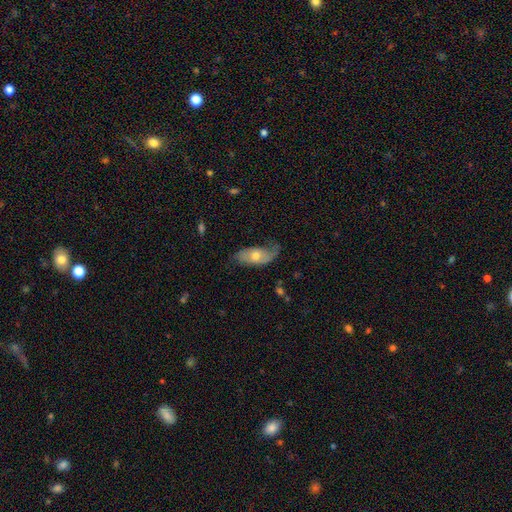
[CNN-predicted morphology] Q: Smooth or featured?
A: featured or disk (49%); runner-up: smooth (45%)
Q: Merging?
A: none (51%); runner-up: minor disturbance (31%)